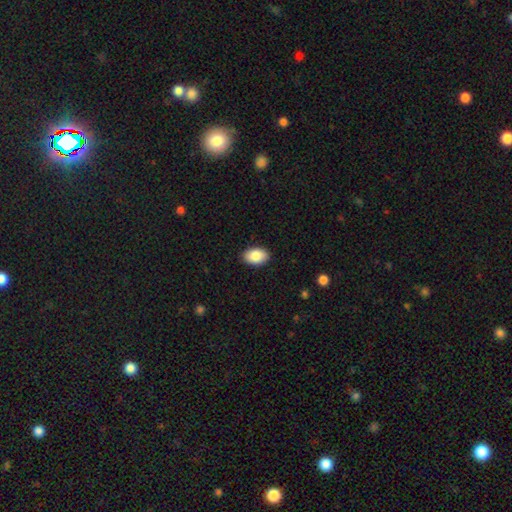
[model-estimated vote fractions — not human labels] Smooth or featured? Predicted: smooth (p=0.87). How rounded? Predicted: in between (p=0.90). Merging? Predicted: none (p=0.89).